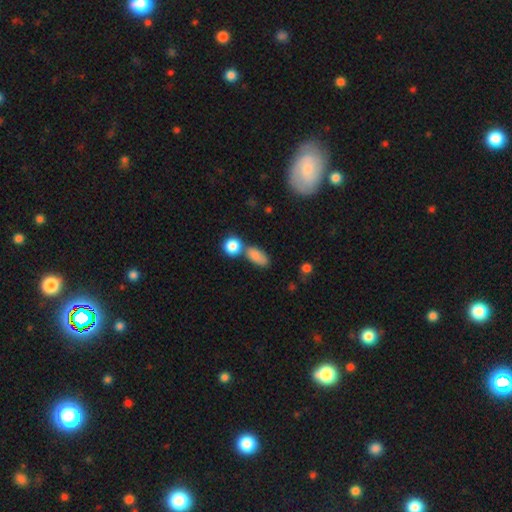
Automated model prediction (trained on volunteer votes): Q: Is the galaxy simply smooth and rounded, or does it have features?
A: smooth — 84%.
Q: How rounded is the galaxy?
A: in between — 80%.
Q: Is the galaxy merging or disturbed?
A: none — 50%.